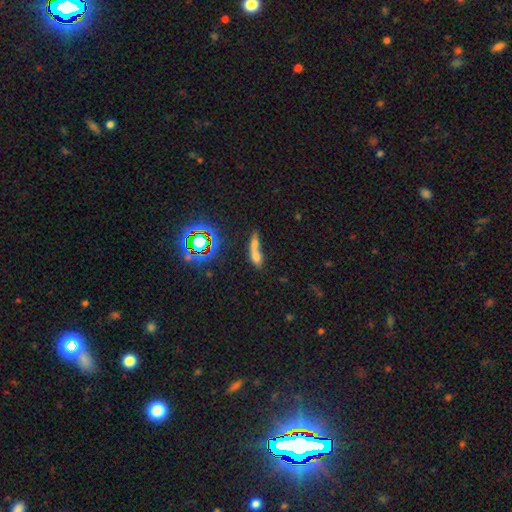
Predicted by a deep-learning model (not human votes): Smooth or featured: smooth — 60% (star or artifact — 21%)
How rounded: in between — 52% (cigar-shaped — 36%)
Merging: merger — 54% (none — 24%)